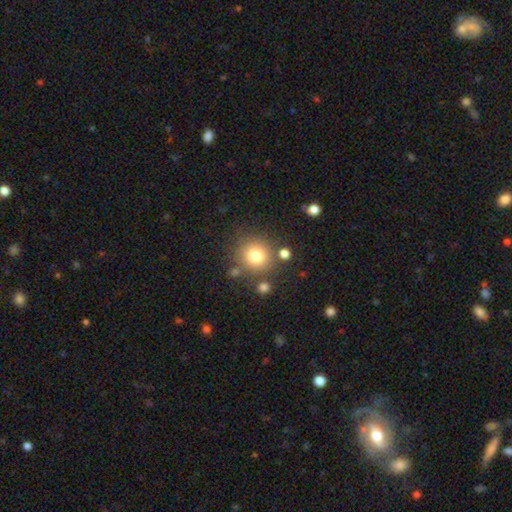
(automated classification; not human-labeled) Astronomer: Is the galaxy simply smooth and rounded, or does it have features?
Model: smooth — 77%.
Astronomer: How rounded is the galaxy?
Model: round — 91%.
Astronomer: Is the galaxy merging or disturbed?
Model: none — 78%.